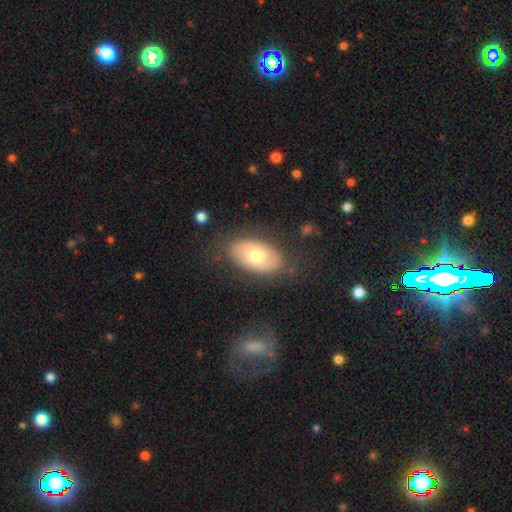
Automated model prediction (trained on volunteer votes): This appears to be a smooth galaxy with no disk features (62%) that is in between round and cigar-shaped (93%). Merging: none (80%).